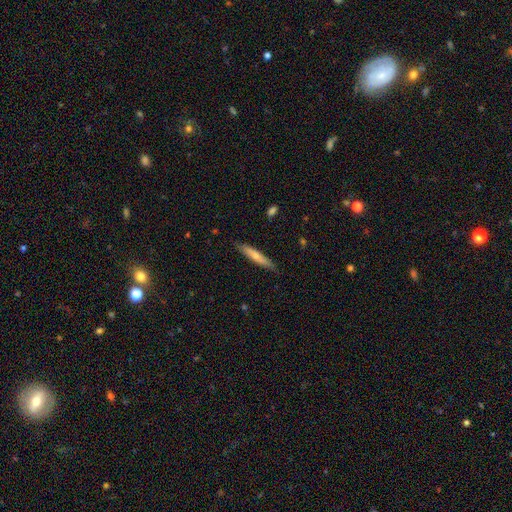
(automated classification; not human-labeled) Smooth or featured? Predicted: smooth (p=0.66). How rounded? Predicted: cigar-shaped (p=0.92). Merging? Predicted: none (p=0.84).